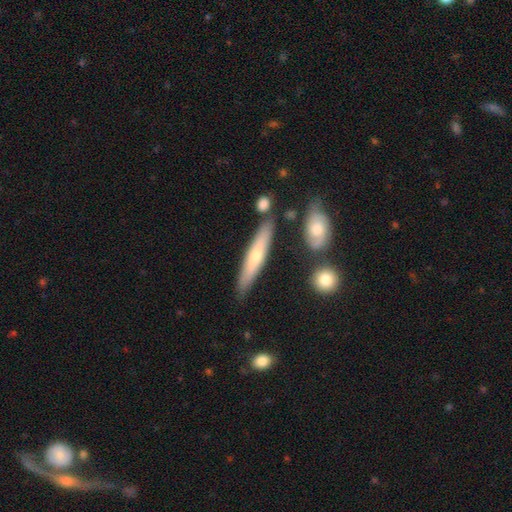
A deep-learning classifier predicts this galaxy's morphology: Q: Smooth or featured?
A: smooth (49%); runner-up: featured or disk (45%)
Q: Merging?
A: none (81%); runner-up: minor disturbance (12%)